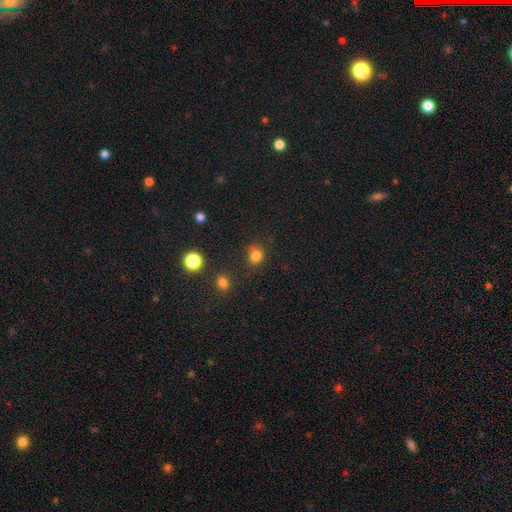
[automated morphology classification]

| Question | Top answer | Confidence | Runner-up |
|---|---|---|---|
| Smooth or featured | smooth | 80% | star or artifact (15%) |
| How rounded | round | 78% | in between (21%) |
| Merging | none | 71% | minor disturbance (16%) |